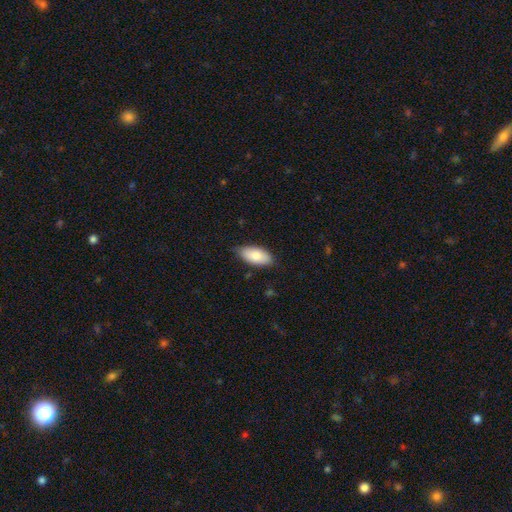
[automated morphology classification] Overall: smooth (81%). How rounded: in between (93%). Merging: none (79%).